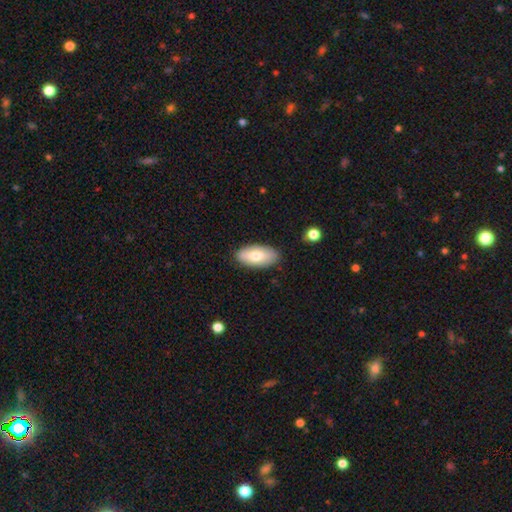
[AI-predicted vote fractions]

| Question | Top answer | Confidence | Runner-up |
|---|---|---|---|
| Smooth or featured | smooth | 73% | featured or disk (21%) |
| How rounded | in between | 93% | cigar-shaped (5%) |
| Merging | none | 86% | minor disturbance (10%) |